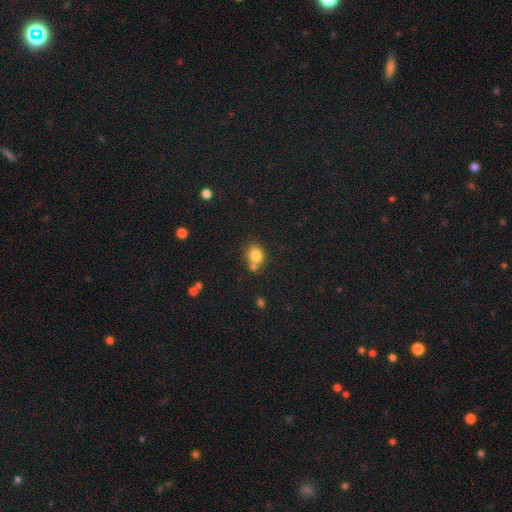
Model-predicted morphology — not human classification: smooth_or_featured: smooth (p=0.81) [alt: star or artifact p=0.11]
how_rounded: round (p=0.68) [alt: in between p=0.31]
merging: none (p=0.57) [alt: merger p=0.27]